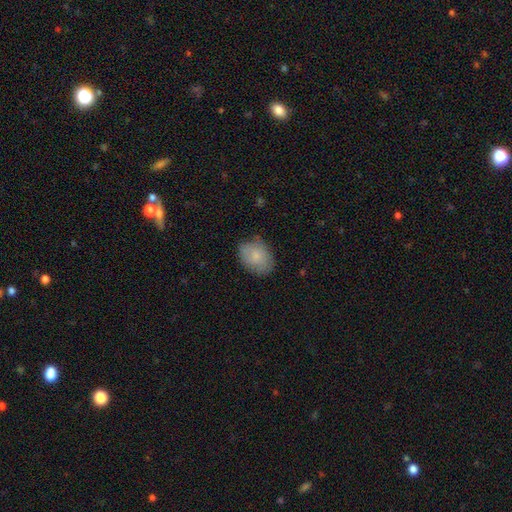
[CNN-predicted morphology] A smooth galaxy with no disk features (79%) that is in between round and cigar-shaped (73%).

Vote fractions:
- Smooth or featured? smooth: 79% / featured or disk: 14% / star or artifact: 7%
- How rounded? in between: 73% / round: 26% / cigar-shaped: 1%
- Merging? none: 74% / minor disturbance: 20% / major disturbance: 4% / merger: 1%